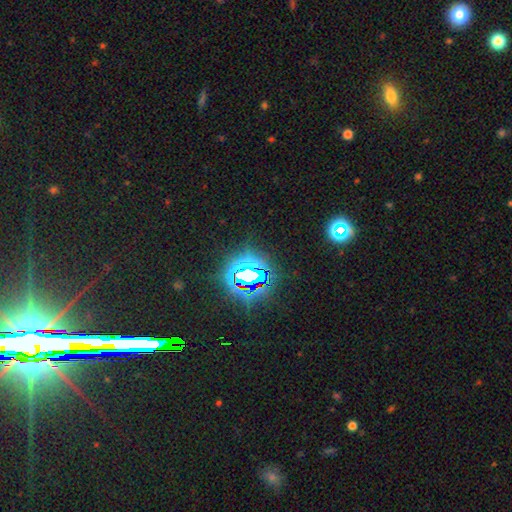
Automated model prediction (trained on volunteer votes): smooth-or-featured: star or artifact: 77% | smooth: 12% | featured or disk: 10%